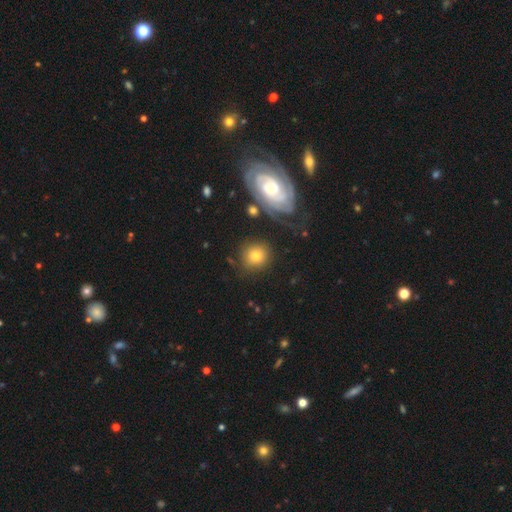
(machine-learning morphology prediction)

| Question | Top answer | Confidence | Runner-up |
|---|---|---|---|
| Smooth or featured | smooth | 67% | featured or disk (22%) |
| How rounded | round | 84% | in between (15%) |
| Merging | none | 76% | minor disturbance (12%) |